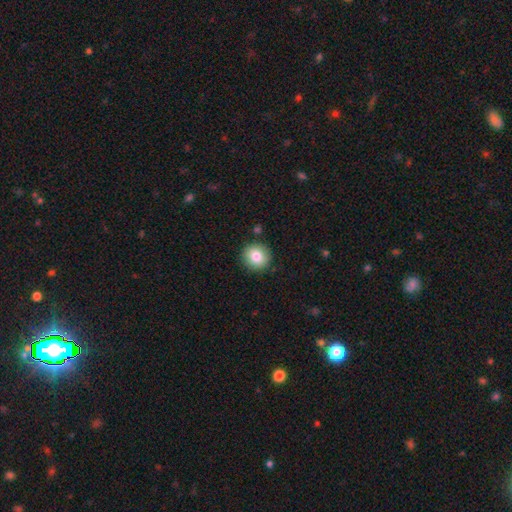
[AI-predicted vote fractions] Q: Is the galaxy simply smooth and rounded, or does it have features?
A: smooth — 82%.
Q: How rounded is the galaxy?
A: round — 92%.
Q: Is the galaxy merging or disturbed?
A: none — 89%.